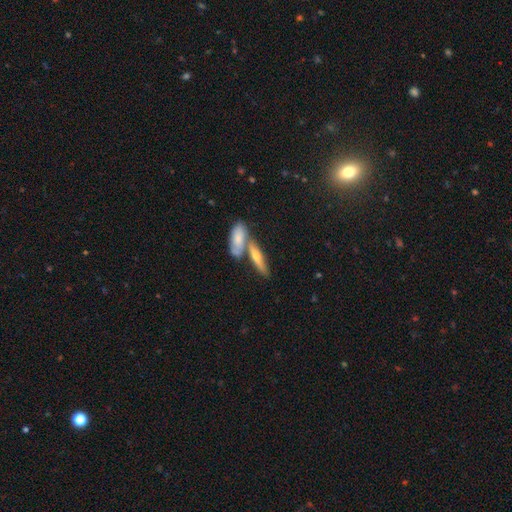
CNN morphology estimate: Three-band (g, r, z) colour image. It shows a featured or disk galaxy (46%). Merging: none (46%).